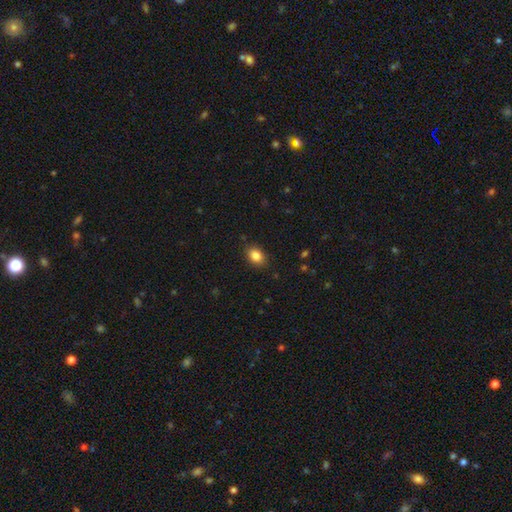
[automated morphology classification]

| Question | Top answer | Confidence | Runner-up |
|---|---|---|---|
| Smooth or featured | smooth | 85% | star or artifact (9%) |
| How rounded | in between | 77% | round (22%) |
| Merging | none | 87% | minor disturbance (10%) |